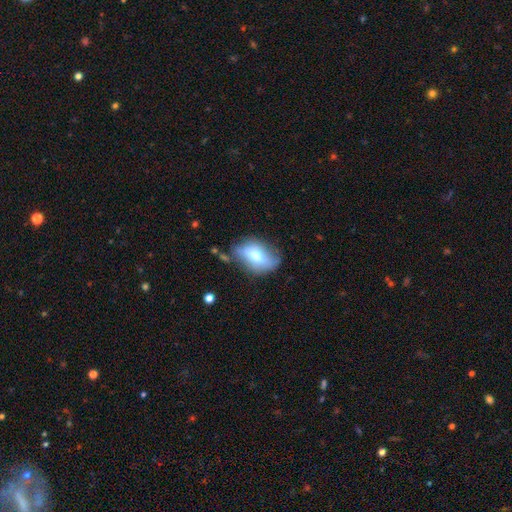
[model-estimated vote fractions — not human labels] This is likely a smooth galaxy (62%). How rounded: clearly in between (84%). Merging: likely none (61%).